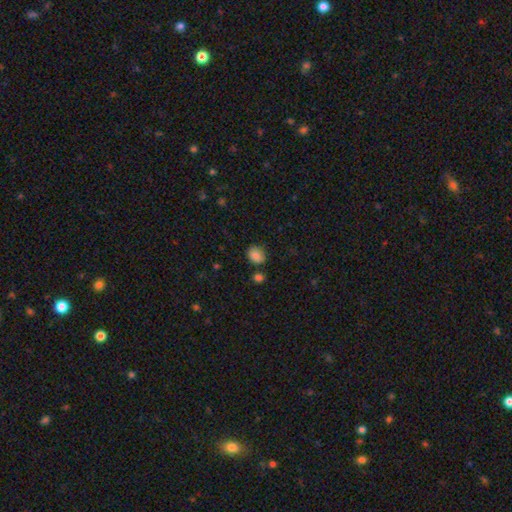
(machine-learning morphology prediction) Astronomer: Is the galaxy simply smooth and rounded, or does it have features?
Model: smooth — 84%.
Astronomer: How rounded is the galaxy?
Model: in between — 54% (runner-up: round, 45%).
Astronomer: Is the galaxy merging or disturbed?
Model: none — 76%.